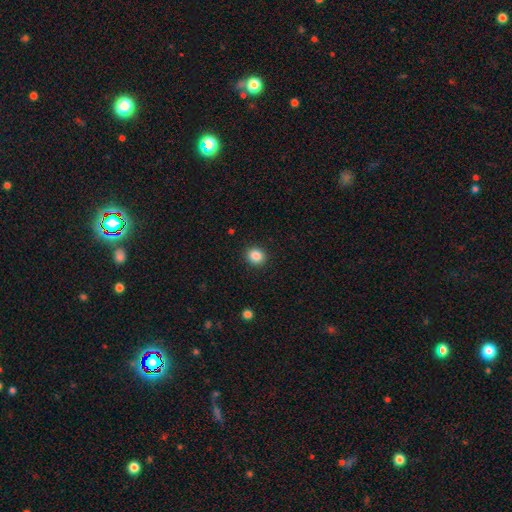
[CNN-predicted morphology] smooth-or-featured: smooth: 86% | star or artifact: 10% | featured or disk: 4%
  how-rounded: round: 78% | in between: 21% | cigar-shaped: 1%
  merging: none: 91% | minor disturbance: 6% | major disturbance: 2% | merger: 1%